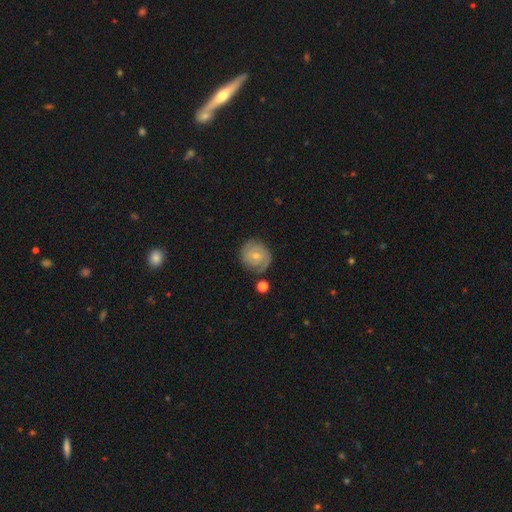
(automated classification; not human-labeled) smooth-or-featured: featured or disk: 61% | smooth: 32% | star or artifact: 7%
  disk-edge-on: no: 97% | yes: 3%
    bar: no: 73% | weak: 24% | strong: 4%
    has-spiral-arms: yes: 85% | no: 15%
      spiral-winding: tight: 65% | medium: 26% | loose: 9%
      spiral-arm-count: 2: 47% | can't tell: 28% | 3: 11% | 1: 9% | 4: 3% | more than 4: 3%
    bulge-size: small: 60% | moderate: 36% | none: 1% | large: 1% | dominant: 1%
  merging: none: 73% | minor disturbance: 18% | major disturbance: 6% | merger: 4%